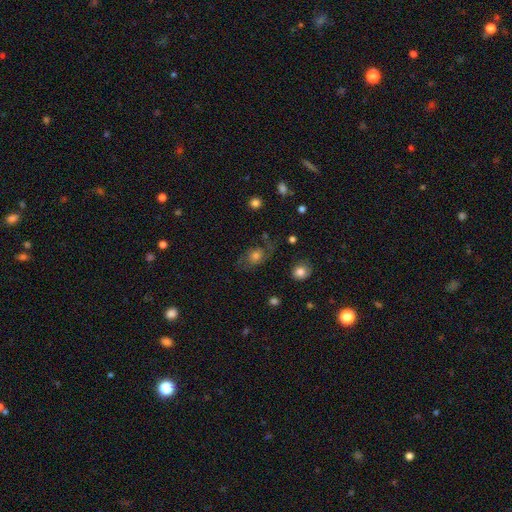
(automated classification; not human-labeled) A smooth galaxy with no disk features (45%).

Vote fractions:
- Smooth or featured? smooth: 45% / featured or disk: 42% / star or artifact: 13%
- Merging? none: 58% / minor disturbance: 21% / major disturbance: 18% / merger: 3%